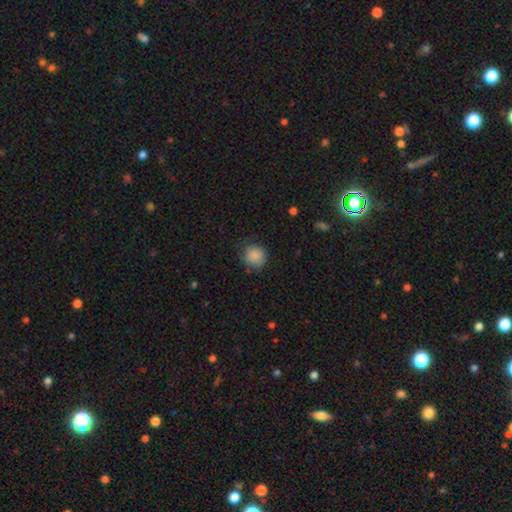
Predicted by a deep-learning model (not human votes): The model was most divided on "merging": none: 72%, minor disturbance: 21%, major disturbance: 6%, merger: 1%. More confident: how rounded — round (88%); smooth or featured — smooth (87%).